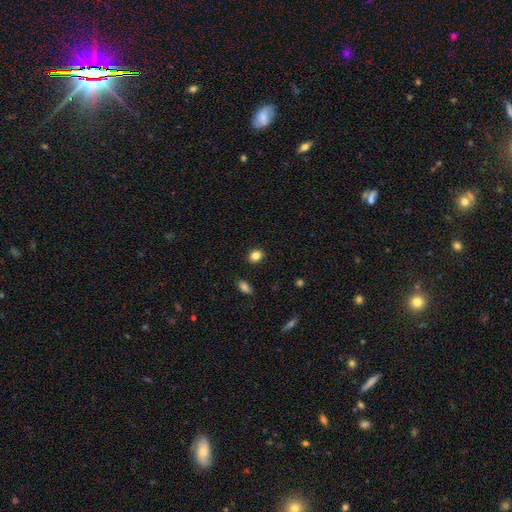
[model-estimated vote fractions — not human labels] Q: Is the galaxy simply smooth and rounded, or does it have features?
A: smooth — 85%.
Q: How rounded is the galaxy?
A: round — 56%.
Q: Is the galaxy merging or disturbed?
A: none — 90%.